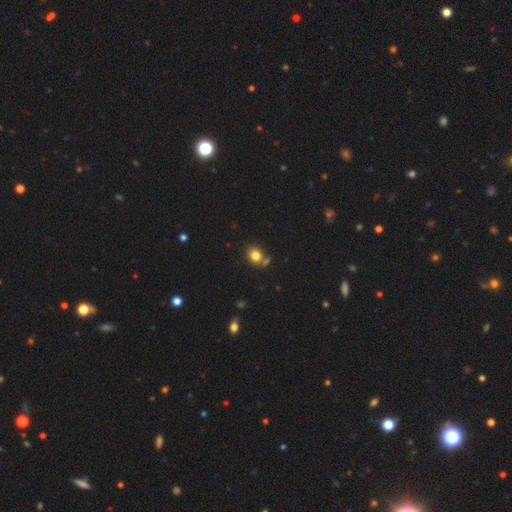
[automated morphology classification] smooth 81%, star or artifact 12%, featured or disk 7%. Down the decision tree: how rounded — round (63%); merging — none (69%).